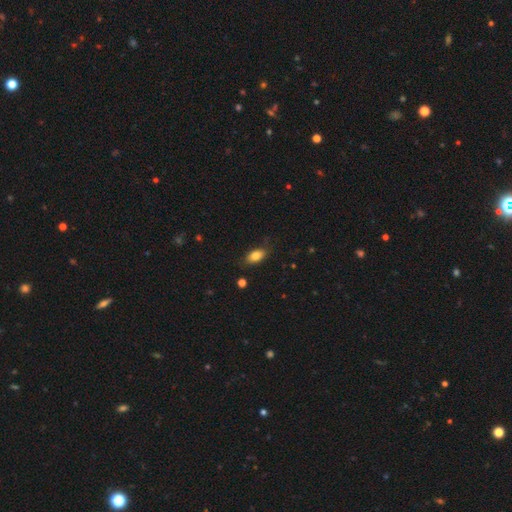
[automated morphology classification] Smooth or featured?
  - smooth: 82% *
  - featured or disk: 9%
  - star or artifact: 8%
How rounded?
  - in between: 89% *
  - round: 6%
  - cigar-shaped: 5%
Merging?
  - none: 78% *
  - minor disturbance: 16%
  - major disturbance: 4%
  - merger: 1%